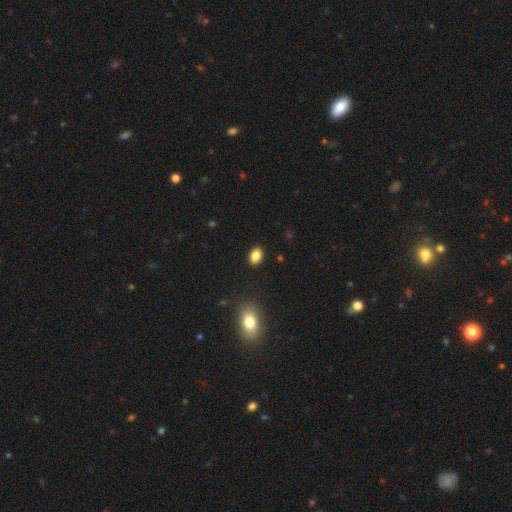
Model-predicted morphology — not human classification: smooth 86%, star or artifact 9%, featured or disk 5%. Down the decision tree: how rounded — in between (79%); merging — none (89%).